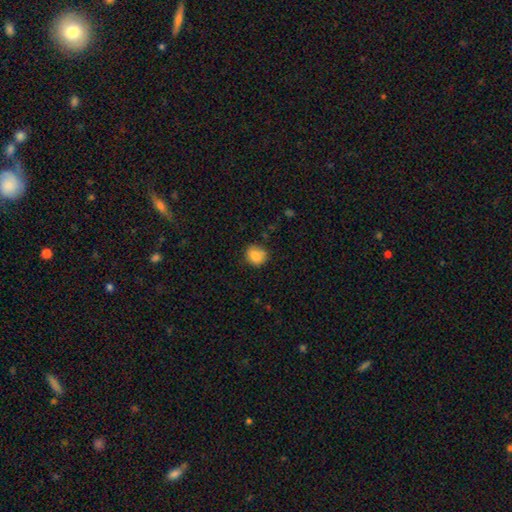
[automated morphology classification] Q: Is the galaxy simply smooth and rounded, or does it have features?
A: smooth — 86%.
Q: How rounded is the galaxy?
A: round — 79%.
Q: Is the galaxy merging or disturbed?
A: none — 80%.